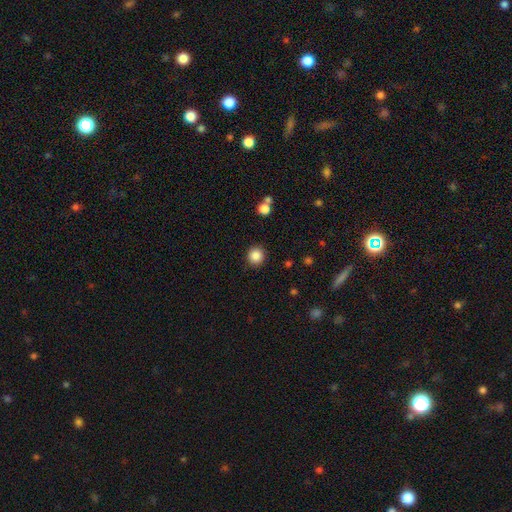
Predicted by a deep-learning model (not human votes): smooth 86%, star or artifact 10%, featured or disk 4%. Down the decision tree: how rounded — round (92%); merging — none (90%).